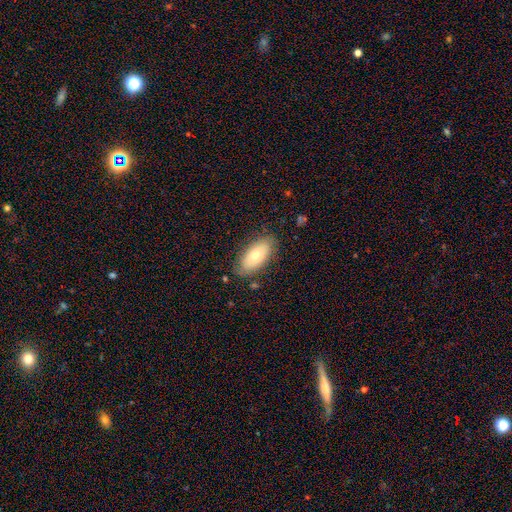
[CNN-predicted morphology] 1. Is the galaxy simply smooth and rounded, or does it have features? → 69% smooth, 24% featured or disk, 7% star or artifact.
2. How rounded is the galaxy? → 90% in between, 7% cigar-shaped, 3% round.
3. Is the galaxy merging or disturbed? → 83% none, 13% minor disturbance, 3% major disturbance, 1% merger.